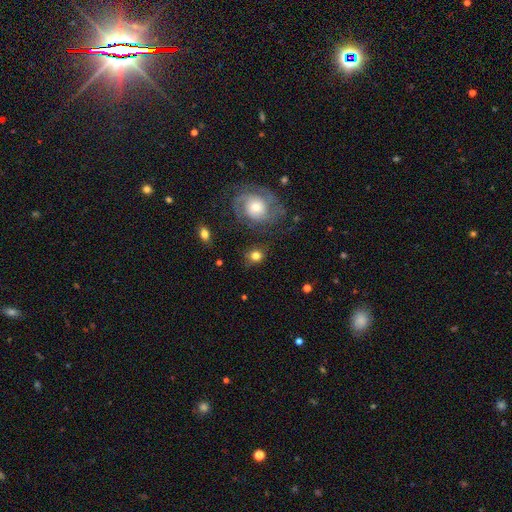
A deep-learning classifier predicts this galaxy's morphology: Smooth or featured: smooth — 67% (featured or disk — 22%)
How rounded: round — 76% (in between — 23%)
Merging: none — 74% (minor disturbance — 14%)